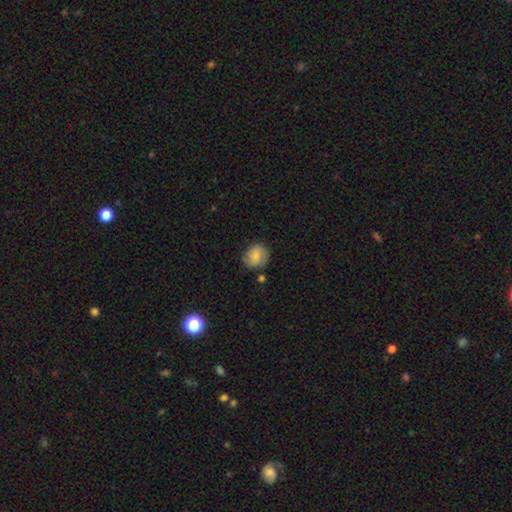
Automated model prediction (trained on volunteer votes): This is likely a smooth galaxy (70%). How rounded: likely round (76%). Merging: likely none (73%).